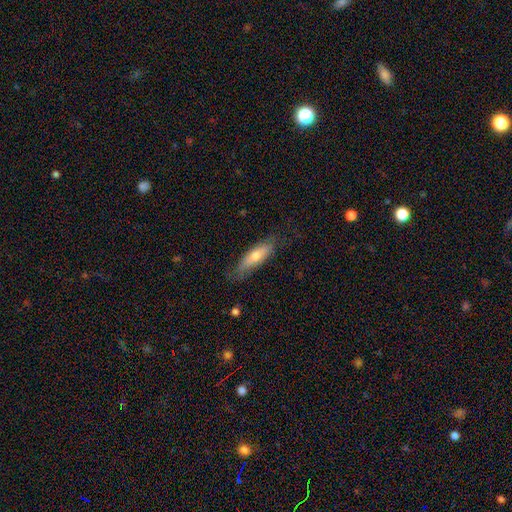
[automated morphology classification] Overall: smooth (59%; featured or disk 34%). How rounded: cigar-shaped (57%; in between 41%). Merging: none (71%).